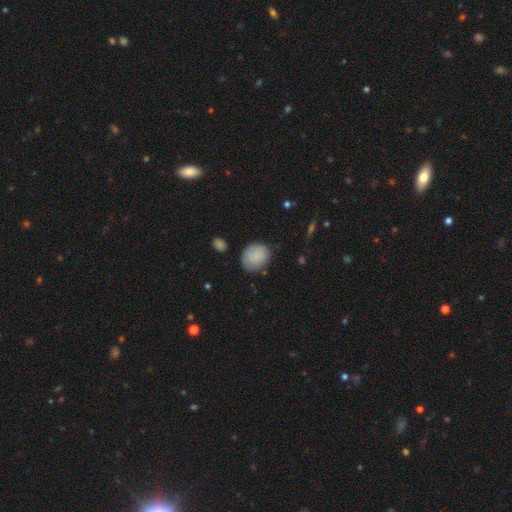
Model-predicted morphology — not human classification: The model was most divided on "how rounded": round: 64%, in between: 35%, cigar-shaped: 1%. More confident: smooth or featured — smooth (85%); merging — none (75%).